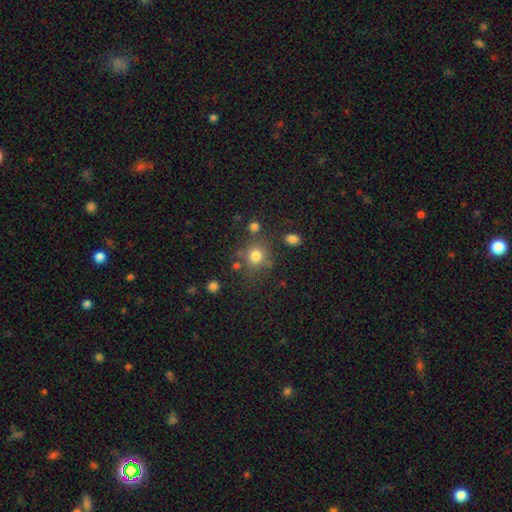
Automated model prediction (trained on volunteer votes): Smooth or featured? Predicted: smooth (p=0.78). How rounded? Predicted: round (p=0.85). Merging? Predicted: none (p=0.74).